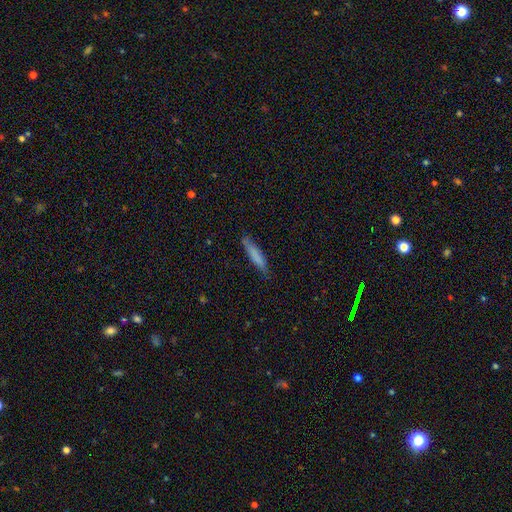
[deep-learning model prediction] A smooth galaxy with no disk features (76%) that is cigar-shaped (91%).

Vote fractions:
- Smooth or featured? smooth: 76% / featured or disk: 18% / star or artifact: 6%
- How rounded? cigar-shaped: 91% / in between: 8% / round: 1%
- Merging? none: 82% / minor disturbance: 14% / major disturbance: 2% / merger: 1%